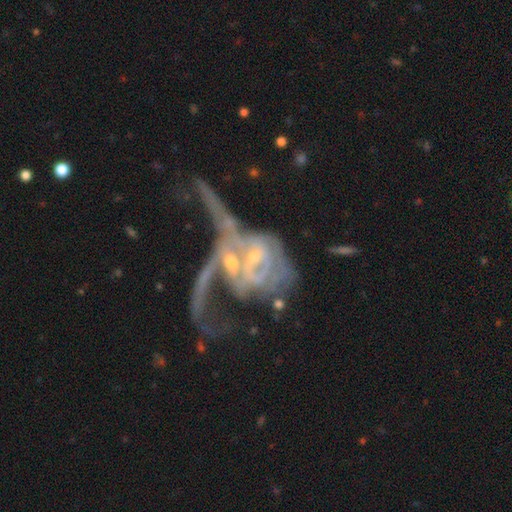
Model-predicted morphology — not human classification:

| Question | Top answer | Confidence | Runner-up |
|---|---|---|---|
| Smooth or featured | featured or disk | 79% | smooth (12%) |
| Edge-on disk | no | 93% | yes (7%) |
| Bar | no | 59% | weak (29%) |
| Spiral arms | yes | 76% | no (24%) |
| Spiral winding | loose | 39% | medium (30%) |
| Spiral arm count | can't tell | 39% | 2 (29%) |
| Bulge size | small | 53% | moderate (35%) |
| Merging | merger | 63% | major disturbance (22%) |